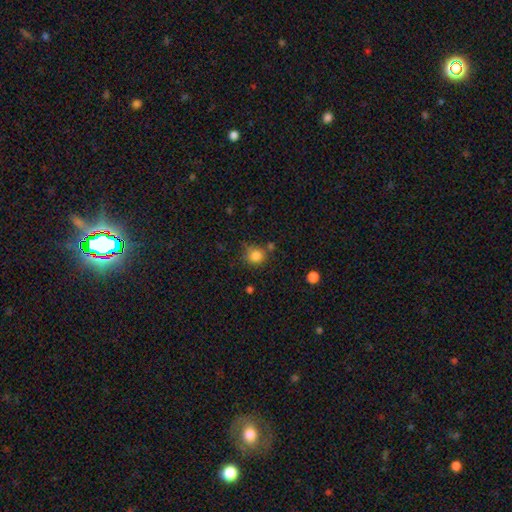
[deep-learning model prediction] The model was most divided on "merging": none: 69%, minor disturbance: 16%, merger: 10%, major disturbance: 5%. More confident: how rounded — round (83%); smooth or featured — smooth (83%).